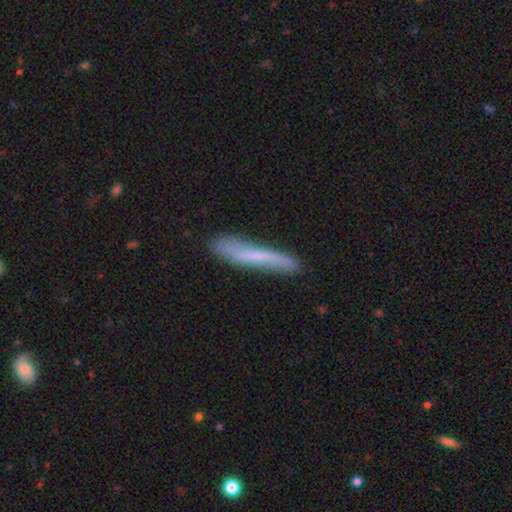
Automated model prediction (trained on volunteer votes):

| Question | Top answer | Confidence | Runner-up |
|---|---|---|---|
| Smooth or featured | smooth | 53% | featured or disk (40%) |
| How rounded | cigar-shaped | 93% | in between (6%) |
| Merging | none | 75% | minor disturbance (19%) |